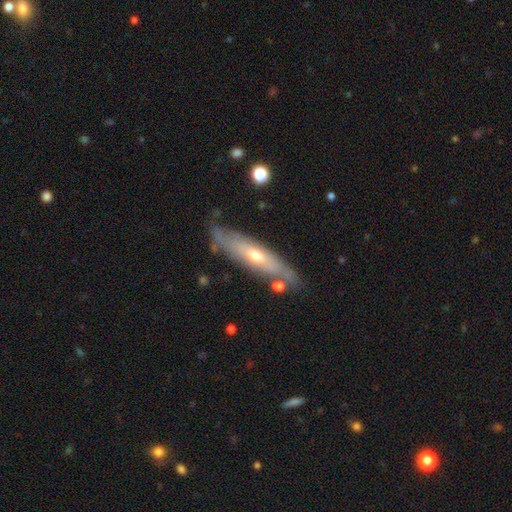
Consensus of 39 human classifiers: A featured or disk galaxy (72%) with no bar (93%), no spiral arms (67%) and a small central bulge (60%). Merging: none (82%).